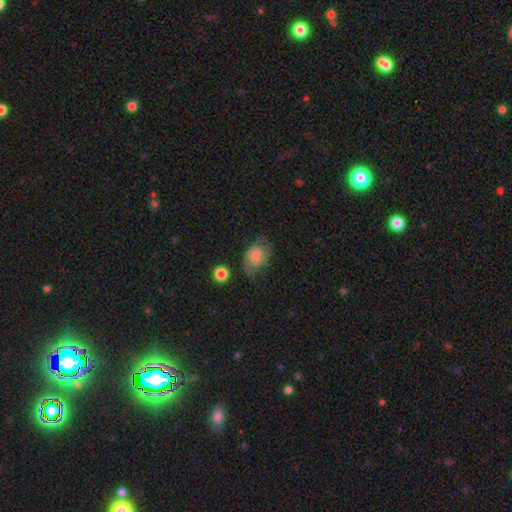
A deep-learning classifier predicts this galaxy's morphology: featured or disk 56%, smooth 34%, star or artifact 10%. Down the decision tree: edge-on disk — no (96%); bar — no (69%); spiral arms — yes (86%); bulge size — small (45%); merging — none (57%).